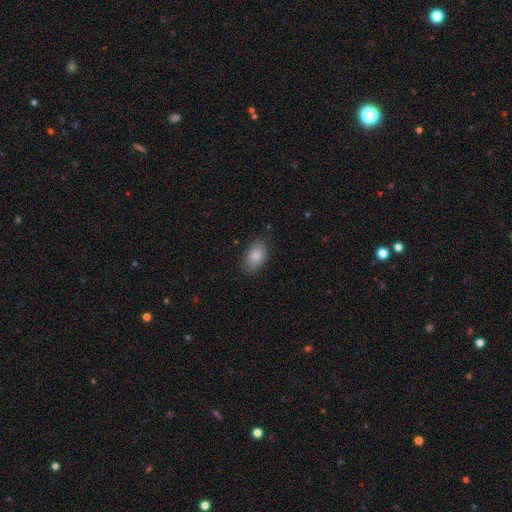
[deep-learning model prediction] Morphology: type=smooth (86%); roundness=in between (91%); merging=none (84%).